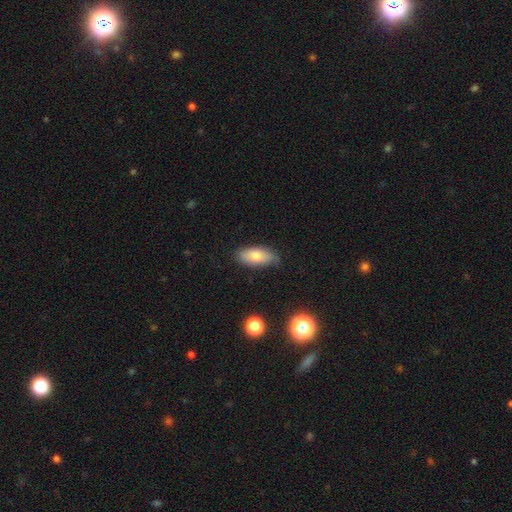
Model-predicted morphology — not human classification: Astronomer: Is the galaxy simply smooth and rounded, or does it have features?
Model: smooth — 75%.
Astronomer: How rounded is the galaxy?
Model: in between — 83%.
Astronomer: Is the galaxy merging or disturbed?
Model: none — 76%.